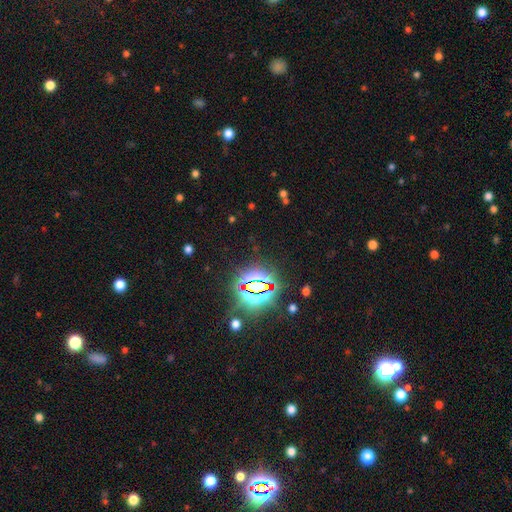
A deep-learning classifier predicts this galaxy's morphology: Smooth or featured: star or artifact — 82% (smooth — 10%)